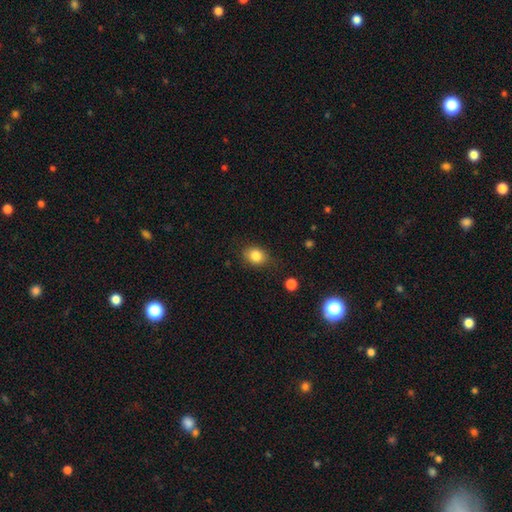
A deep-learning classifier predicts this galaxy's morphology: A smooth galaxy with no disk features (84%) that is in between round and cigar-shaped (50%).

Vote fractions:
- Smooth or featured? smooth: 84% / star or artifact: 10% / featured or disk: 6%
- How rounded? in between: 50% / round: 49% / cigar-shaped: 1%
- Merging? none: 77% / minor disturbance: 17% / major disturbance: 4% / merger: 2%